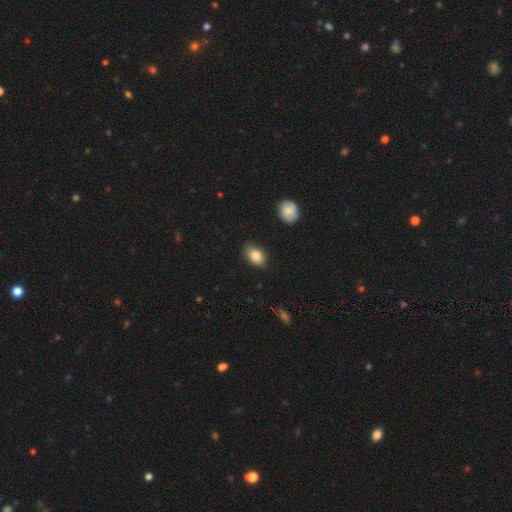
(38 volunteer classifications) Overall: smooth (82%). How rounded: in between (94%). Merging: none (85%).